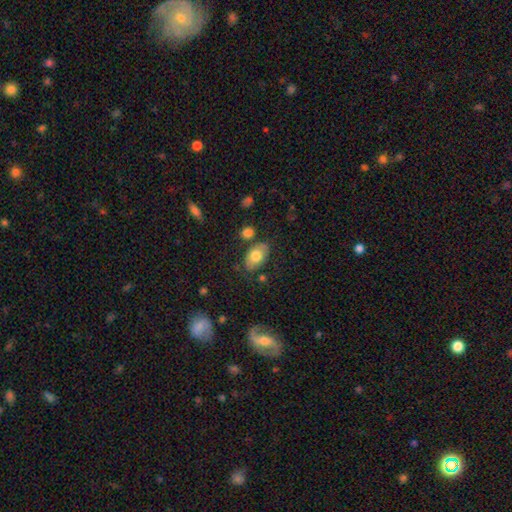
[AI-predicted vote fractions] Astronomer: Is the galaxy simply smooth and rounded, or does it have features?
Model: smooth — 74%.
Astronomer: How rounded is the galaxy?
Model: in between — 90%.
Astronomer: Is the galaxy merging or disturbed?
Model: none — 73%.